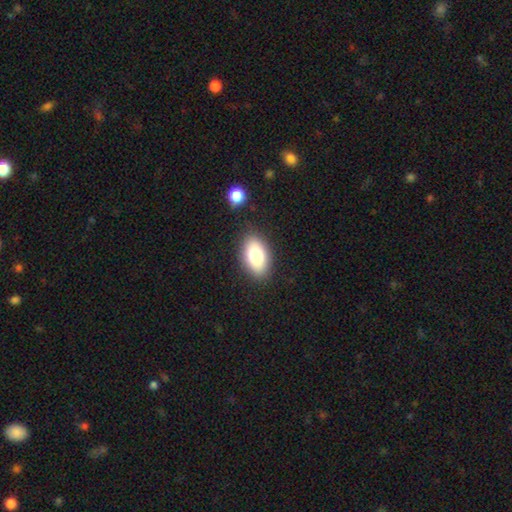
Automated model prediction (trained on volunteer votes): The model was most divided on "smooth or featured": smooth: 79%, featured or disk: 13%, star or artifact: 8%. More confident: how rounded — in between (91%); merging — none (85%).